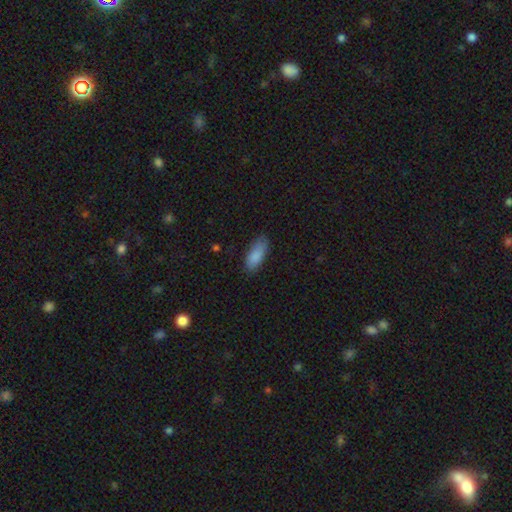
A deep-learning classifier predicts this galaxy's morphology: Smooth or featured?
  - smooth: 87% *
  - featured or disk: 6%
  - star or artifact: 6%
How rounded?
  - in between: 79% *
  - cigar-shaped: 19%
  - round: 2%
Merging?
  - none: 77% *
  - minor disturbance: 18%
  - major disturbance: 4%
  - merger: 1%